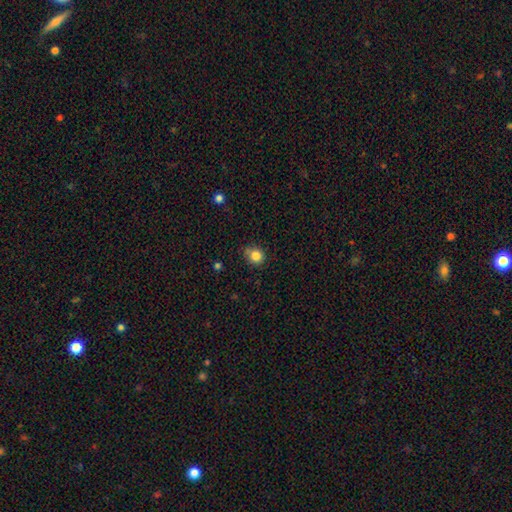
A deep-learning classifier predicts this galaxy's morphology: Q: Smooth or featured?
A: smooth (84%); runner-up: star or artifact (11%)
Q: How rounded?
A: round (82%); runner-up: in between (17%)
Q: Merging?
A: none (71%); runner-up: minor disturbance (22%)